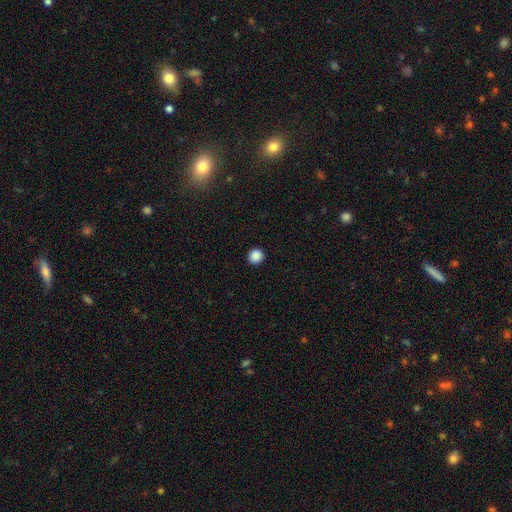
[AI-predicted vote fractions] smooth-or-featured: smooth: 88% | star or artifact: 10% | featured or disk: 2%
  how-rounded: round: 92% | in between: 7% | cigar-shaped: 1%
  merging: none: 93% | minor disturbance: 5% | major disturbance: 2% | merger: 1%